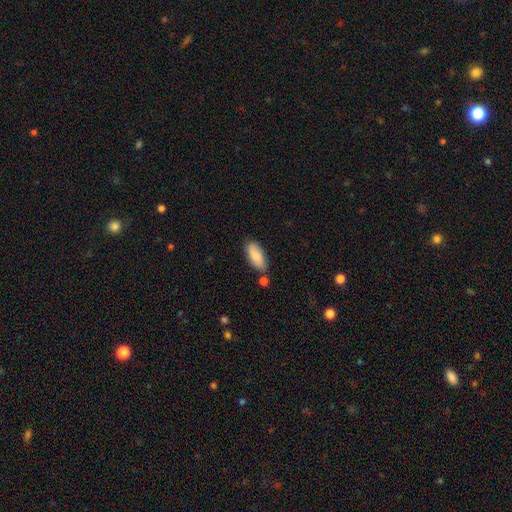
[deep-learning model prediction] Overall: smooth (81%). How rounded: in between (86%). Merging: none (71%).